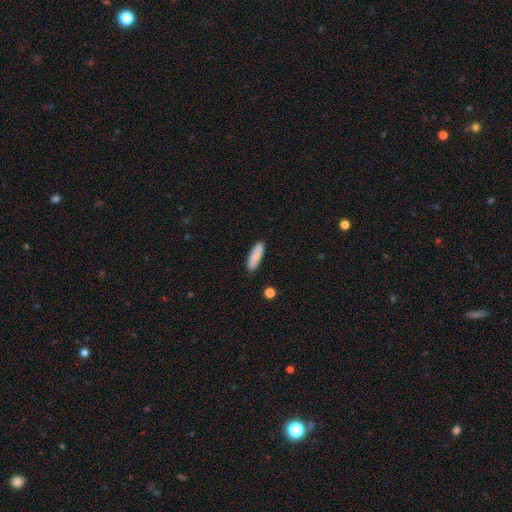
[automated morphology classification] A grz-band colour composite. It shows a smooth galaxy with no disk features (84%) that is cigar-shaped (56%). Merging: none (84%).